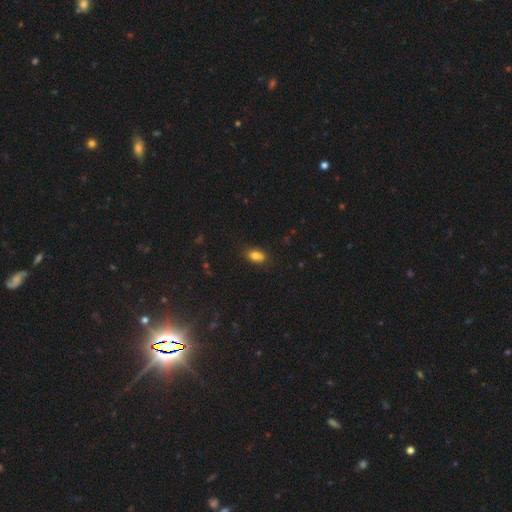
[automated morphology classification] Smooth or featured? smooth (80%)
How rounded? in between (82%)
Merging? none (72%)